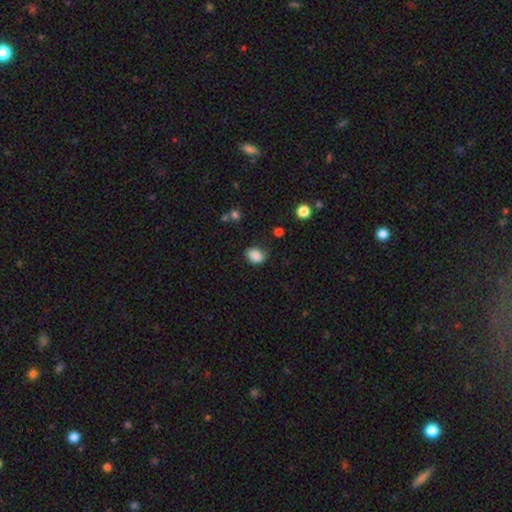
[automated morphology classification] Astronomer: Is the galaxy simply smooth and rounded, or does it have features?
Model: smooth — 86%.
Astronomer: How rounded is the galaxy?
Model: in between — 58% (runner-up: round, 41%).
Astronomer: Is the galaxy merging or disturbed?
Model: none — 70%.